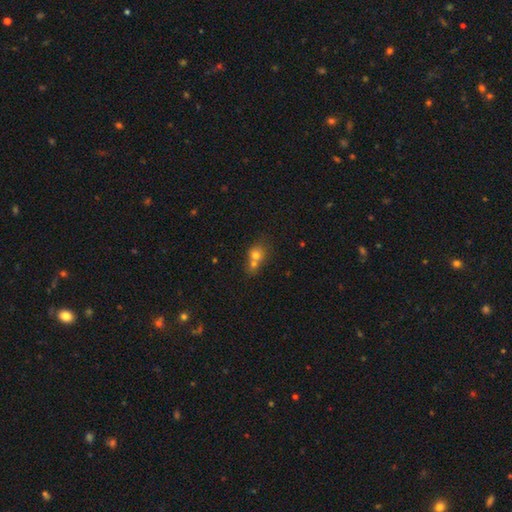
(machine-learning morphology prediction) smooth_or_featured: smooth (p=0.70) [alt: featured or disk p=0.18]
how_rounded: round (p=0.70) [alt: in between p=0.29]
merging: merger (p=0.63) [alt: none p=0.27]